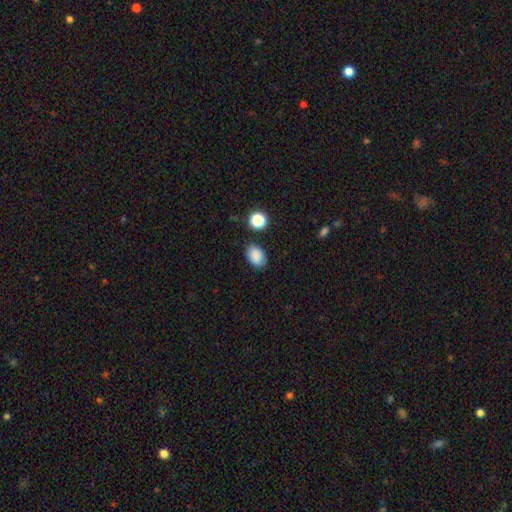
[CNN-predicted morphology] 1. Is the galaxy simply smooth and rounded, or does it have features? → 86% smooth, 9% star or artifact, 4% featured or disk.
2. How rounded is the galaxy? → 80% in between, 19% round, 1% cigar-shaped.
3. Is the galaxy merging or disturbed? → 82% none, 12% minor disturbance, 3% major disturbance, 3% merger.